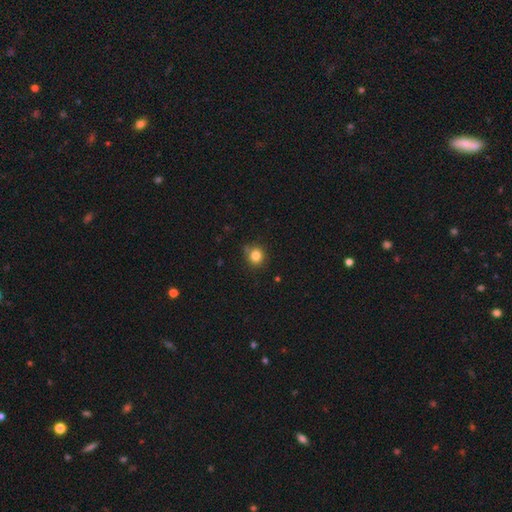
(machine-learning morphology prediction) A smooth galaxy with no disk features (82%) that is round (89%).

Vote fractions:
- Smooth or featured? smooth: 82% / star or artifact: 12% / featured or disk: 6%
- How rounded? round: 89% / in between: 11% / cigar-shaped: 1%
- Merging? none: 80% / minor disturbance: 13% / merger: 4% / major disturbance: 3%